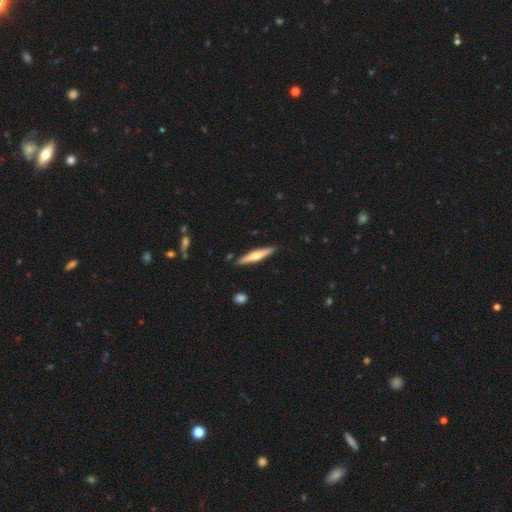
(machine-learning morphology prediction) This appears to be a featured or disk galaxy (53%) viewed edge-on (96%) with a rounded central bulge (86%). Merging: none (89%).